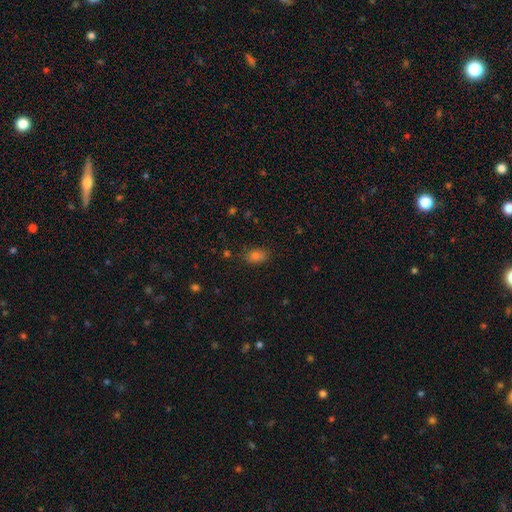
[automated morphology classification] A smooth galaxy with no disk features (76%) that is in between round and cigar-shaped (78%).

Vote fractions:
- Smooth or featured? smooth: 76% / star or artifact: 17% / featured or disk: 7%
- How rounded? in between: 78% / round: 20% / cigar-shaped: 2%
- Merging? none: 82% / minor disturbance: 13% / major disturbance: 3% / merger: 2%